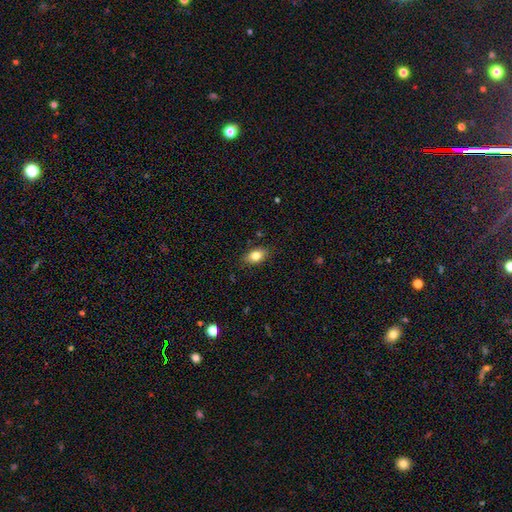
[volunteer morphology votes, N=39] smooth 85%, featured or disk 10%, star or artifact 5%. Down the decision tree: how rounded — in between (82%); merging — none (86%).